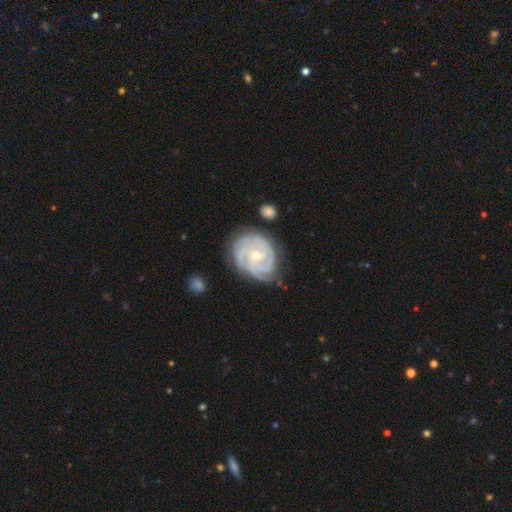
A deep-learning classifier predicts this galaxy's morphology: Overall: featured or disk (89%). Edge-on disk: no (98%). Bar: no (66%; weak 28%). Spiral arms: yes (98%). Spiral arm count: 3 (32%; 4 31%). Spiral winding: tight (76%). Bulge size: small (60%; moderate 37%). Merging: none (71%).